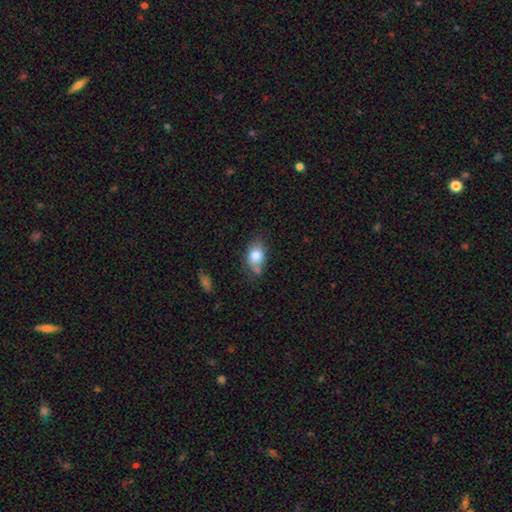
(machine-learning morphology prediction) type=smooth (79%); roundness=in between (75%); merging=none (53%).